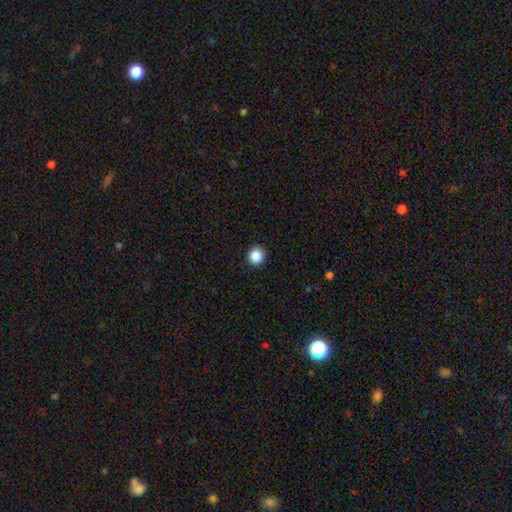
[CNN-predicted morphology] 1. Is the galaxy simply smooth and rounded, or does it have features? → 88% smooth, 10% star or artifact, 3% featured or disk.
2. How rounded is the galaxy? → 93% round, 6% in between, 1% cigar-shaped.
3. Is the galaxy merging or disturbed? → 92% none, 5% minor disturbance, 2% major disturbance, 1% merger.